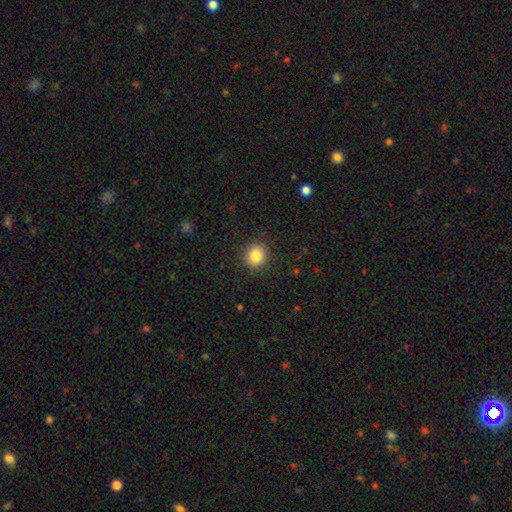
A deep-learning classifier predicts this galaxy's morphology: Smooth or featured? Predicted: smooth (p=0.84). How rounded? Predicted: round (p=0.87). Merging? Predicted: none (p=0.90).